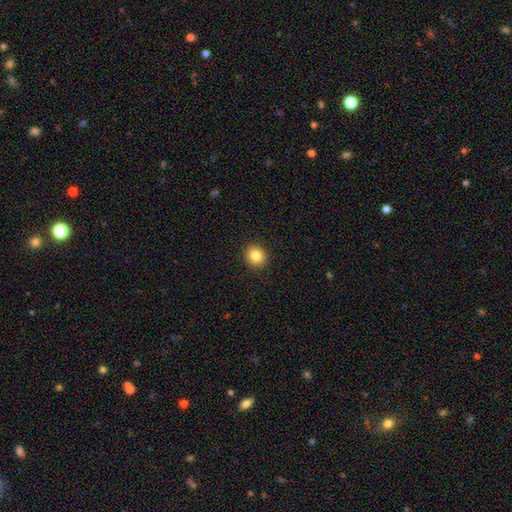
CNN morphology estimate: A smooth galaxy with no disk features (84%) that is round (80%). Merging: none (92%).